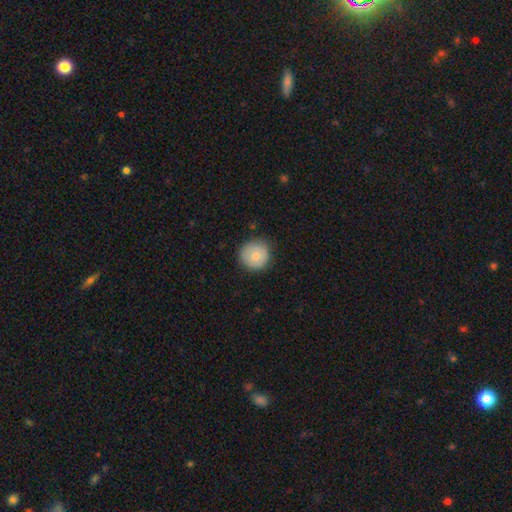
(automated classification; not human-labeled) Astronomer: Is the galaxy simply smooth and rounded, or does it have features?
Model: smooth — 75%.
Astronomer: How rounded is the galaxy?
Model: round — 93%.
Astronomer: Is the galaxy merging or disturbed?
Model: none — 83%.